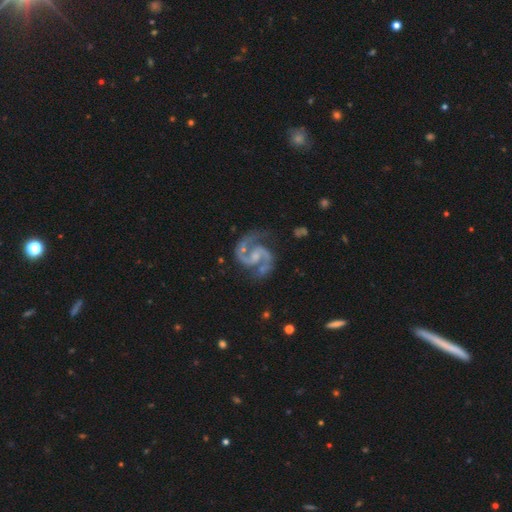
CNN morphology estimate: A featured or disk galaxy (94%) with a weak bar (44%), 2 (94%) medium (68%) spiral arms (99%) and a small central bulge (51%). Merging: none (72%).